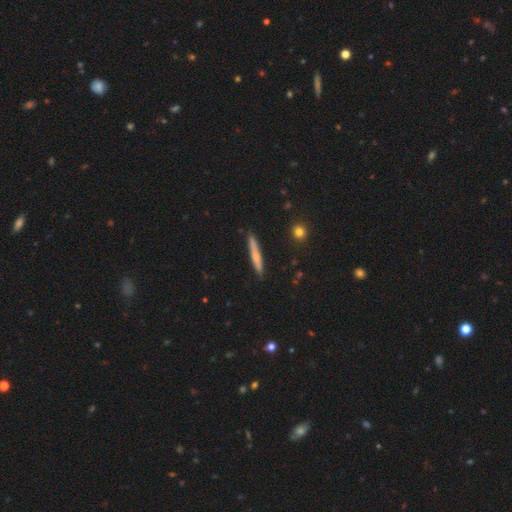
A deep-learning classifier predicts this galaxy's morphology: Q: Smooth or featured?
A: smooth (63%); runner-up: featured or disk (31%)
Q: How rounded?
A: cigar-shaped (95%); runner-up: in between (3%)
Q: Merging?
A: none (89%); runner-up: minor disturbance (8%)